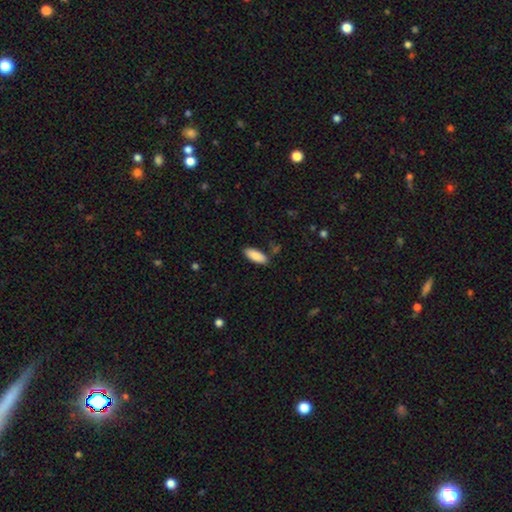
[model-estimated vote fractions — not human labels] A smooth galaxy with no disk features (87%) that is in between round and cigar-shaped (80%). Merging: none (84%).